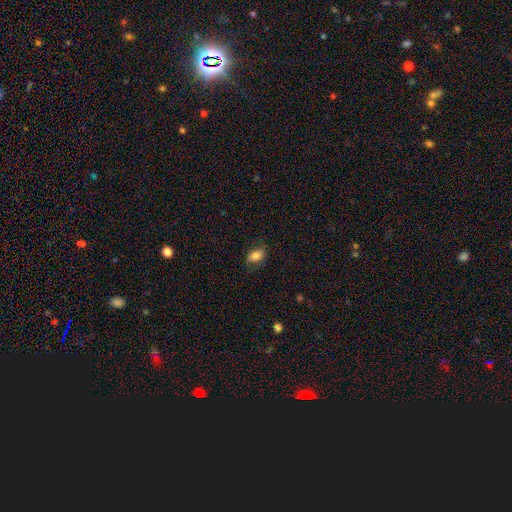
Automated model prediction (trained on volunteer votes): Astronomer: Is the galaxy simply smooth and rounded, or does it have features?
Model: smooth — 78%.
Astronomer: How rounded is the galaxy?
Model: in between — 89%.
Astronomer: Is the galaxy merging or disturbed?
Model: none — 73%.